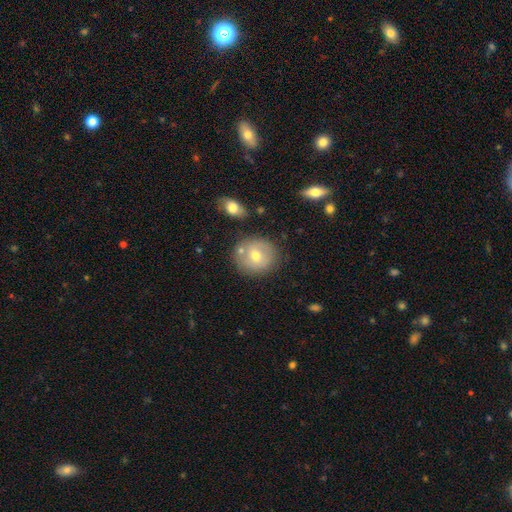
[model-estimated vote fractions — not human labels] Overall: smooth (59%; featured or disk 32%). How rounded: round (86%). Merging: none (74%).